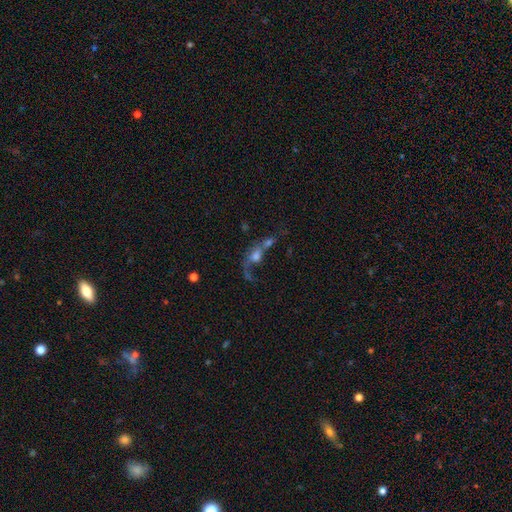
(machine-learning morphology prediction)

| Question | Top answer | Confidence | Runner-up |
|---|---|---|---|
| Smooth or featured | smooth | 43% | featured or disk (41%) |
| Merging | merger | 52% | major disturbance (22%) |